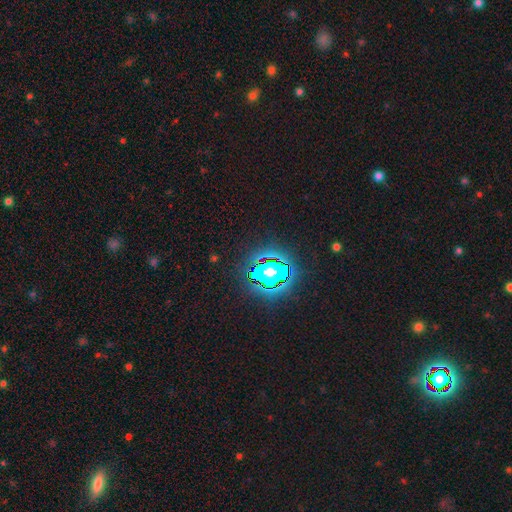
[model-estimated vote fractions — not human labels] A star or artifact, not a galaxy (82%).